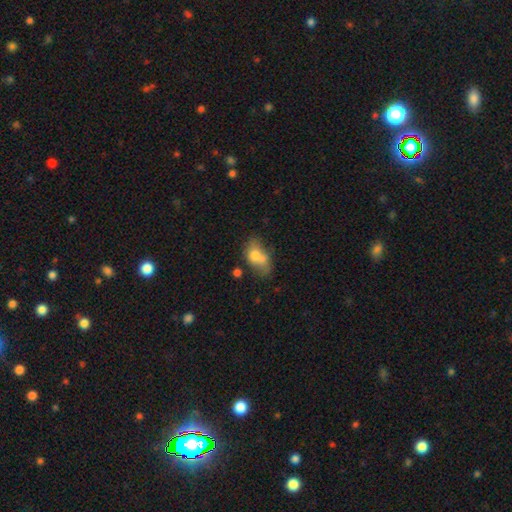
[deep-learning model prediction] Smooth or featured? Predicted: smooth (p=0.65). How rounded? Predicted: in between (p=0.80). Merging? Predicted: merger (p=0.42).